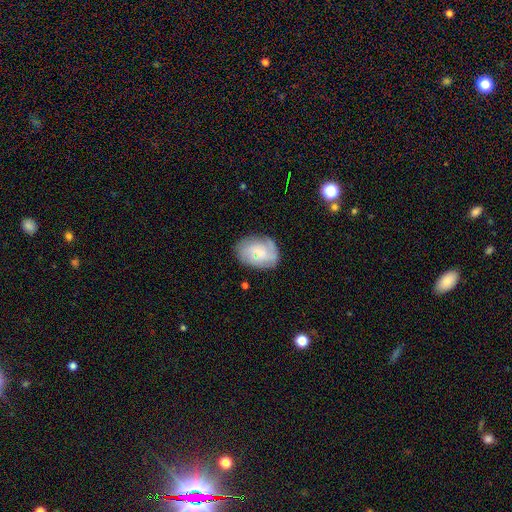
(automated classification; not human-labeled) A featured or disk galaxy (59%) with no bar (66%), spiral arms (85%) and a small central bulge (70%). Merging: none (67%).